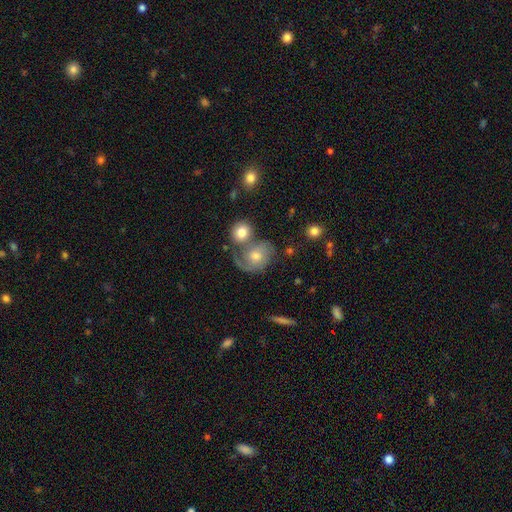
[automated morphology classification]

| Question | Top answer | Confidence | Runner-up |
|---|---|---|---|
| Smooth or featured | featured or disk | 58% | smooth (31%) |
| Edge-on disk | no | 96% | yes (4%) |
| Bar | no | 78% | weak (19%) |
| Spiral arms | yes | 84% | no (16%) |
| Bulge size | moderate | 63% | small (23%) |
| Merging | none | 43% | merger (29%) |